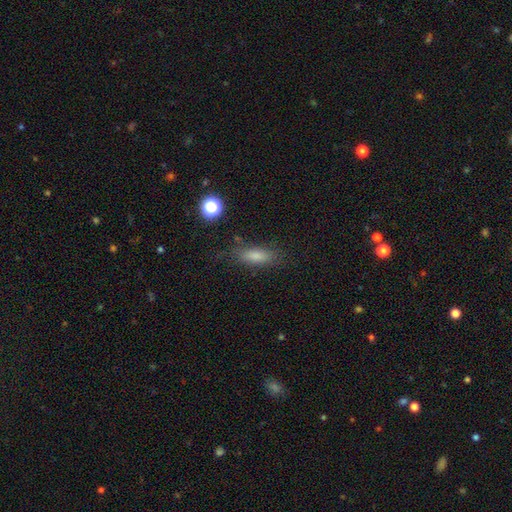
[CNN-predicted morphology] smooth_or_featured: smooth (p=0.72) [alt: featured or disk p=0.15]
how_rounded: in between (p=0.53) [alt: cigar-shaped p=0.43]
merging: none (p=0.78) [alt: minor disturbance p=0.14]